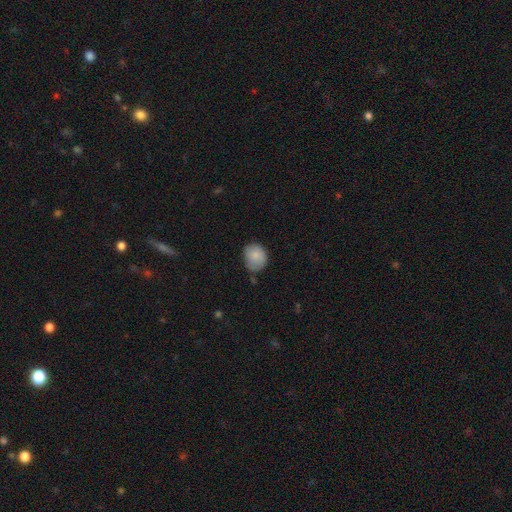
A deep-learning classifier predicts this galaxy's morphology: Q: Smooth or featured?
A: smooth (82%); runner-up: featured or disk (11%)
Q: How rounded?
A: round (54%); runner-up: in between (45%)
Q: Merging?
A: none (57%); runner-up: minor disturbance (33%)